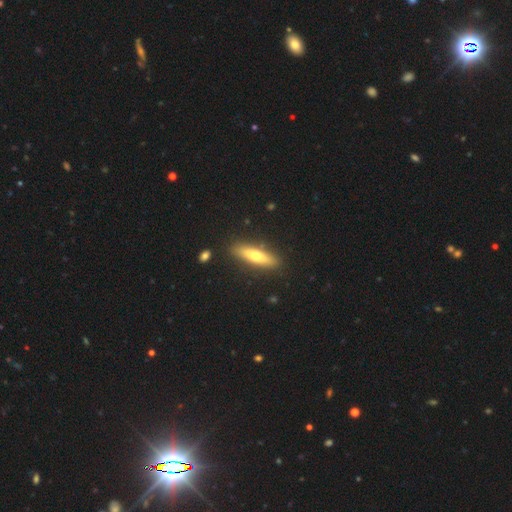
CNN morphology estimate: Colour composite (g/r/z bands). It shows a smooth galaxy with no disk features (56%) that is cigar-shaped (74%). Merging: none (88%).